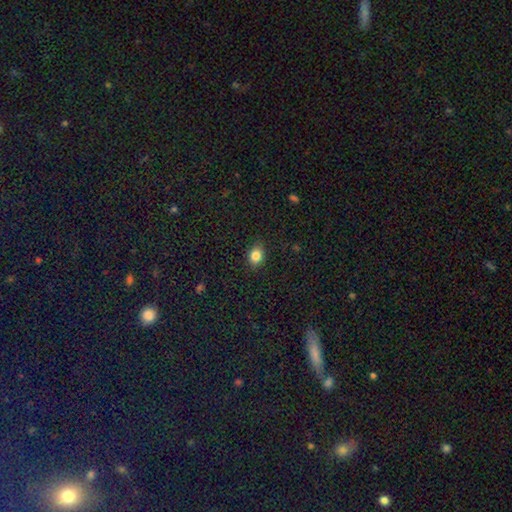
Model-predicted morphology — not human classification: Smooth or featured? smooth (84%)
How rounded? in between (55%)
Merging? none (87%)